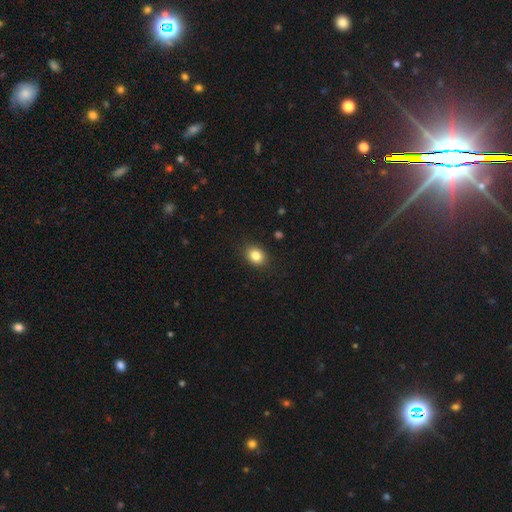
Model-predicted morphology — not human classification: Smooth or featured: smooth — 83% (star or artifact — 10%)
How rounded: in between — 54% (round — 45%)
Merging: none — 88% (minor disturbance — 9%)